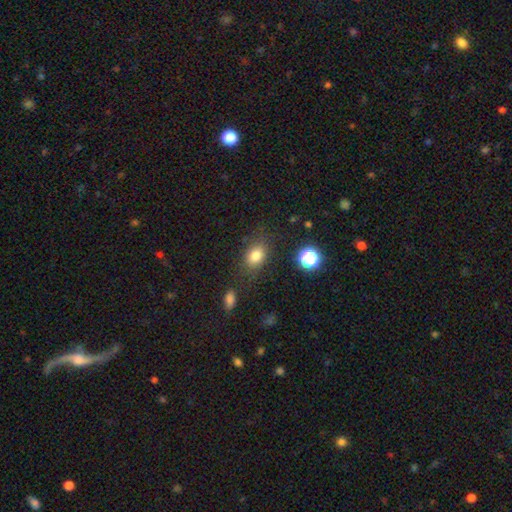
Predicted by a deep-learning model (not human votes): A smooth galaxy with no disk features (79%) that is in between round and cigar-shaped (67%).

Vote fractions:
- Smooth or featured? smooth: 79% / star or artifact: 13% / featured or disk: 8%
- How rounded? in between: 67% / round: 32% / cigar-shaped: 1%
- Merging? none: 78% / minor disturbance: 14% / major disturbance: 5% / merger: 3%